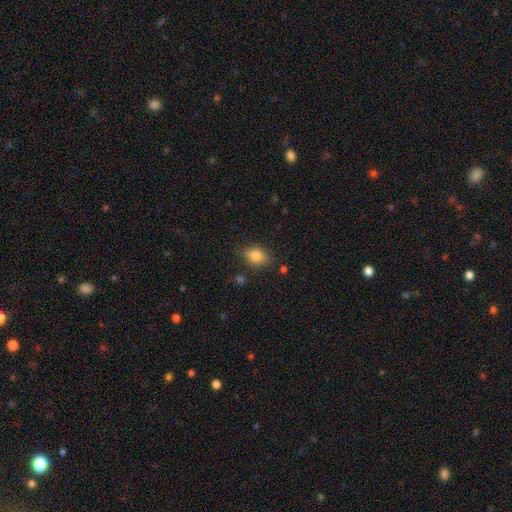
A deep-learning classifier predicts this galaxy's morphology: smooth-or-featured: smooth: 84% | star or artifact: 9% | featured or disk: 7%
  how-rounded: in between: 75% | round: 24% | cigar-shaped: 2%
  merging: none: 81% | minor disturbance: 13% | major disturbance: 3% | merger: 2%